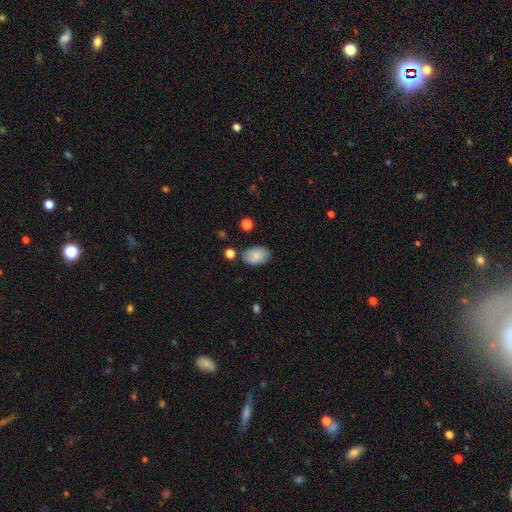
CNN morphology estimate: Q: Smooth or featured?
A: smooth (85%); runner-up: featured or disk (7%)
Q: How rounded?
A: in between (89%); runner-up: round (10%)
Q: Merging?
A: none (80%); runner-up: minor disturbance (13%)